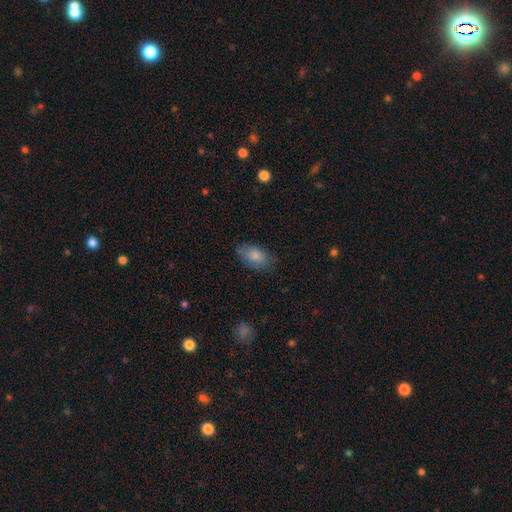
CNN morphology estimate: smooth 81%, featured or disk 12%, star or artifact 7%. Down the decision tree: how rounded — in between (91%); merging — none (75%).